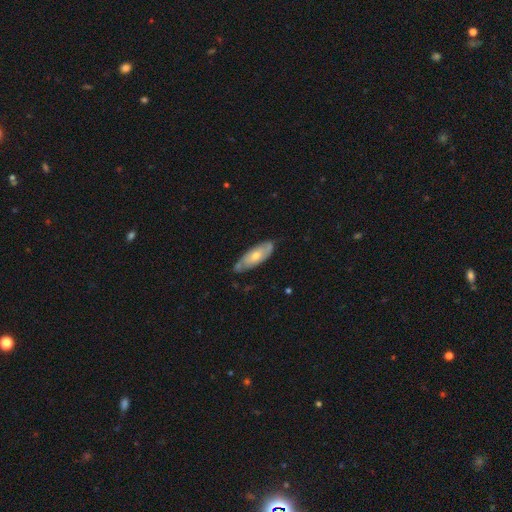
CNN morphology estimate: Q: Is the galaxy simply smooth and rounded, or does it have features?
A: featured or disk — 53%.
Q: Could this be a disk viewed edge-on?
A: no — 76%.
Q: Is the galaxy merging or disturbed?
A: none — 75%.